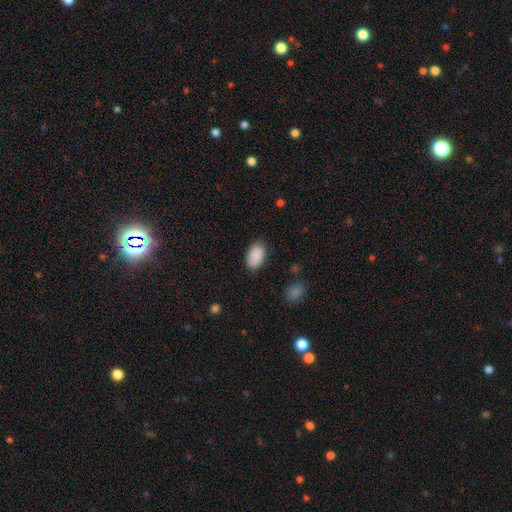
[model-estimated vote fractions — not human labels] This appears to be a smooth galaxy with no disk features (90%) that is in between round and cigar-shaped (92%). Merging: none (82%).